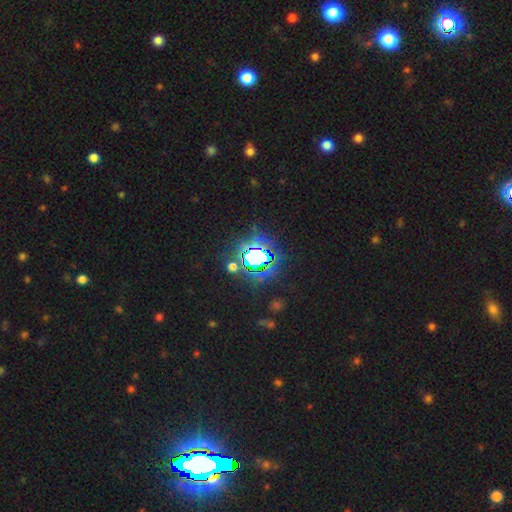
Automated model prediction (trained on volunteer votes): Overall: star or artifact (67%).